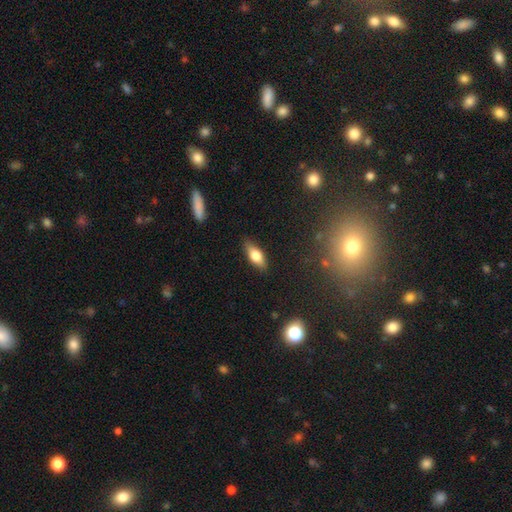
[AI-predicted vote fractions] Smooth or featured? smooth (70%)
How rounded? in between (75%)
Merging? none (85%)